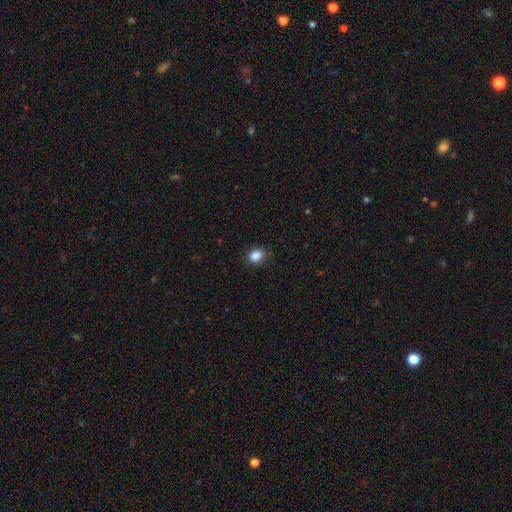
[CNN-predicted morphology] Smooth or featured? Predicted: smooth (p=0.86). How rounded? Predicted: round (p=0.51). Merging? Predicted: none (p=0.88).